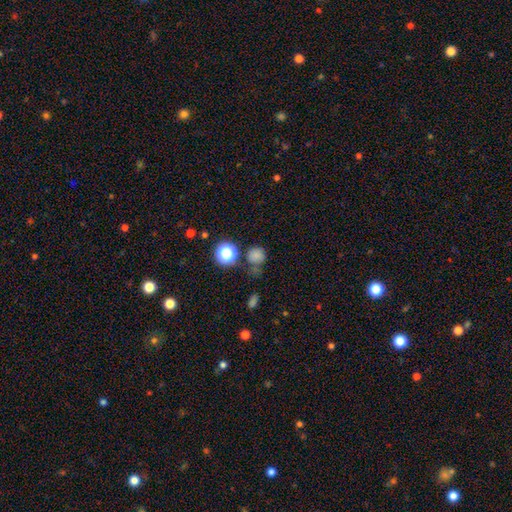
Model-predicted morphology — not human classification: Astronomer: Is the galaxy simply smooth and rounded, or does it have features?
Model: smooth — 74%.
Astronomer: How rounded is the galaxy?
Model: round — 88%.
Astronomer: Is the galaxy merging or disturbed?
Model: none — 61%.